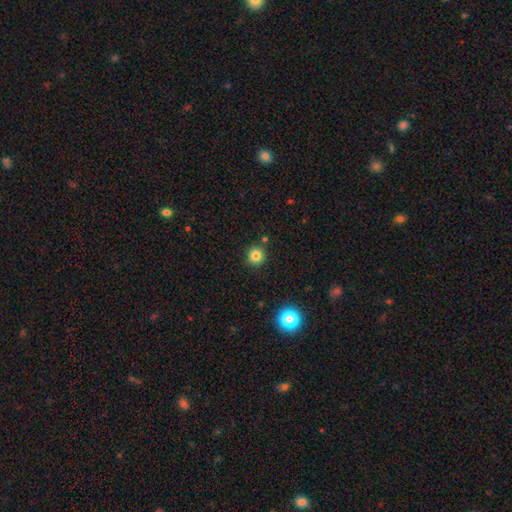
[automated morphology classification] Smooth or featured? smooth (81%)
How rounded? round (94%)
Merging? none (88%)